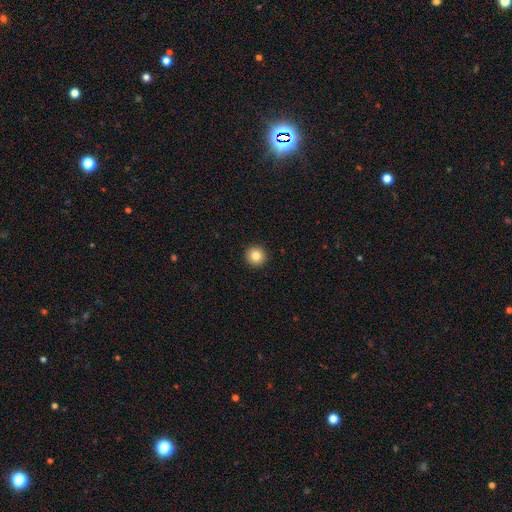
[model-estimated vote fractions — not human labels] A smooth galaxy with no disk features (84%) that is round (95%).

Vote fractions:
- Smooth or featured? smooth: 84% / star or artifact: 10% / featured or disk: 6%
- How rounded? round: 95% / in between: 4% / cigar-shaped: 1%
- Merging? none: 94% / minor disturbance: 4% / major disturbance: 1% / merger: 1%